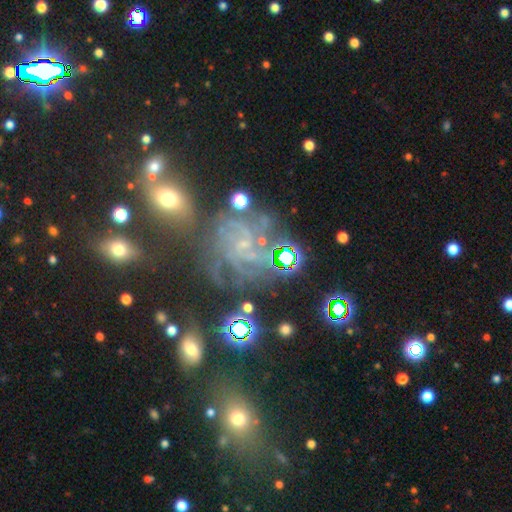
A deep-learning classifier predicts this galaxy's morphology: Overall: featured or disk (72%). Edge-on disk: no (98%). Bar: no (60%; weak 30%). Spiral arms: yes (93%). Spiral arm count: can't tell (25%; 3 22%). Spiral winding: tight (47%; medium 41%). Bulge size: small (67%). Merging: none (50%; major disturbance 20%).